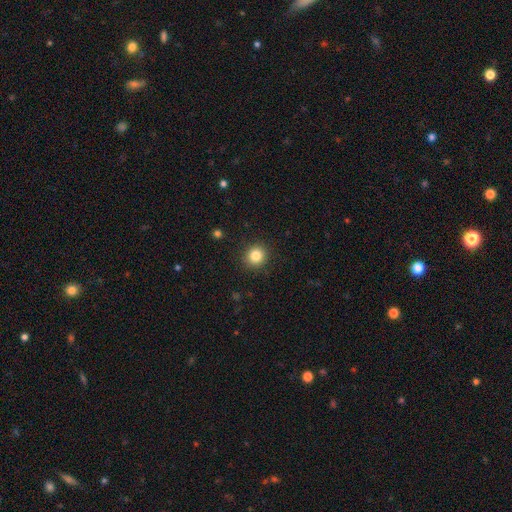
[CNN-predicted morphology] This appears to be a smooth galaxy with no disk features (84%) that is round (89%). Merging: none (91%).